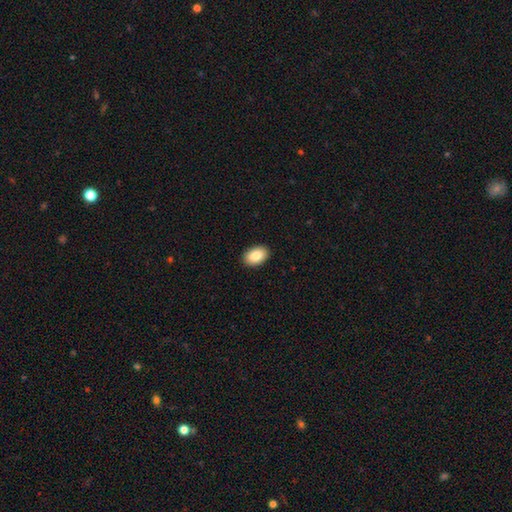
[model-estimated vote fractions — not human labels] Smooth or featured? smooth (86%)
How rounded? in between (89%)
Merging? none (91%)